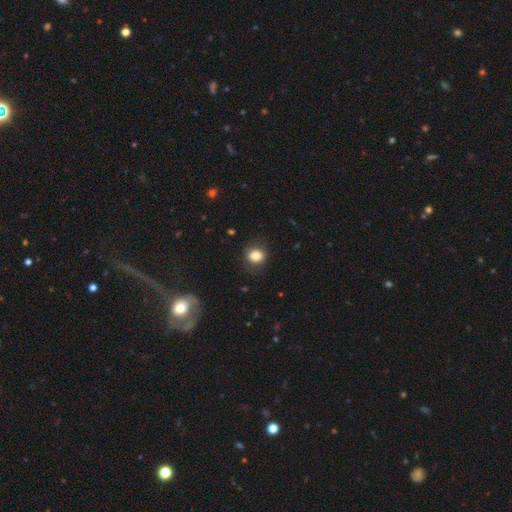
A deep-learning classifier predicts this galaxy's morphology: A smooth galaxy with no disk features (82%) that is round (66%).

Vote fractions:
- Smooth or featured? smooth: 82% / star or artifact: 10% / featured or disk: 8%
- How rounded? round: 66% / in between: 33% / cigar-shaped: 1%
- Merging? none: 82% / minor disturbance: 13% / major disturbance: 4% / merger: 1%